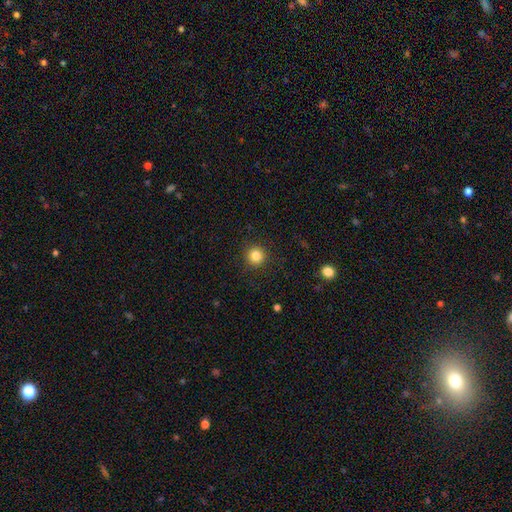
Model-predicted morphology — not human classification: smooth-or-featured: smooth: 83% | star or artifact: 12% | featured or disk: 5%
  how-rounded: round: 95% | in between: 4% | cigar-shaped: 1%
  merging: none: 91% | minor disturbance: 6% | major disturbance: 2% | merger: 1%